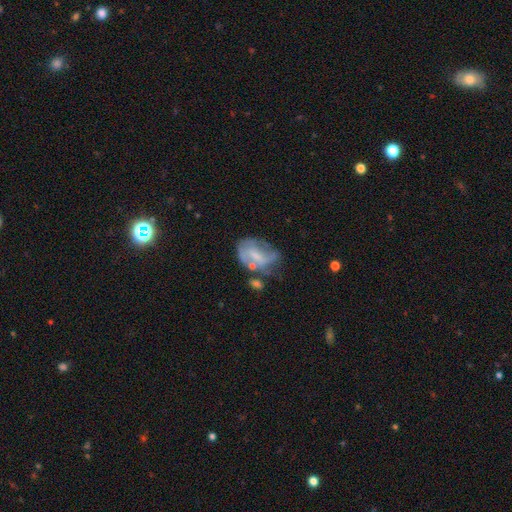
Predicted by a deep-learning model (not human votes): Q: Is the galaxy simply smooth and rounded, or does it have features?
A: featured or disk — 56%.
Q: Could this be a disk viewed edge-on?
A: no — 96%.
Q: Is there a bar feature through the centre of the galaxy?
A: no — 42%, tied with weak.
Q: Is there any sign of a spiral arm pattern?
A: yes — 54%.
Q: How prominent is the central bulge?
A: small — 38%.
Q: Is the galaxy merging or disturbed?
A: none — 34%.